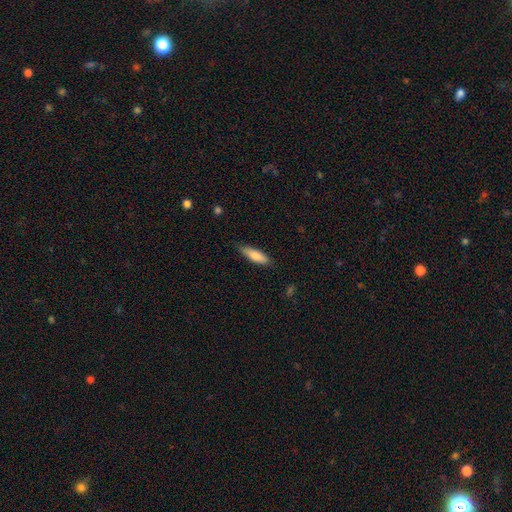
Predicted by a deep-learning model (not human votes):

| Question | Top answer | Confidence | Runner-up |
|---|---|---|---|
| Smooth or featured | smooth | 81% | featured or disk (13%) |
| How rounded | cigar-shaped | 54% | in between (44%) |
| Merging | none | 75% | minor disturbance (20%) |